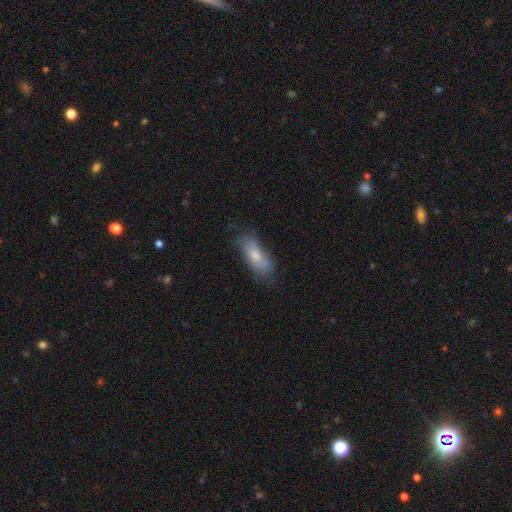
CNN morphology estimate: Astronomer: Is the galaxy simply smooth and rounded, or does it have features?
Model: smooth — 70%.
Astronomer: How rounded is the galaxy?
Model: in between — 73%.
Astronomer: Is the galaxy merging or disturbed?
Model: none — 65%.